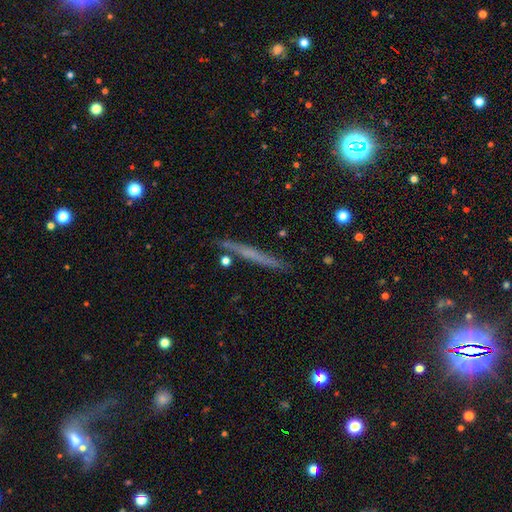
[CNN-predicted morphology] Q: Smooth or featured?
A: featured or disk (47%); runner-up: smooth (42%)
Q: Merging?
A: none (86%); runner-up: minor disturbance (9%)